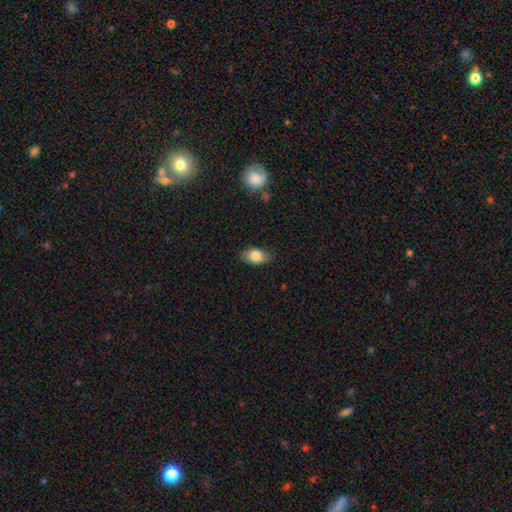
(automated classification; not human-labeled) smooth_or_featured: smooth (p=0.82) [alt: featured or disk p=0.11]
how_rounded: in between (p=0.88) [alt: round p=0.09]
merging: none (p=0.79) [alt: minor disturbance p=0.16]